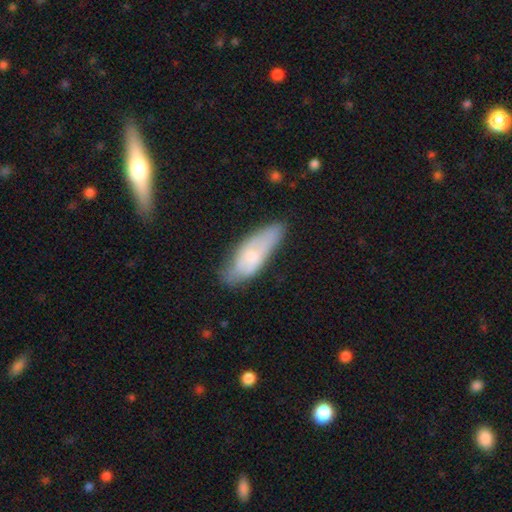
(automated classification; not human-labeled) This appears to be a smooth galaxy with no disk features (53%) that is in between round and cigar-shaped (66%). Merging: none (68%).